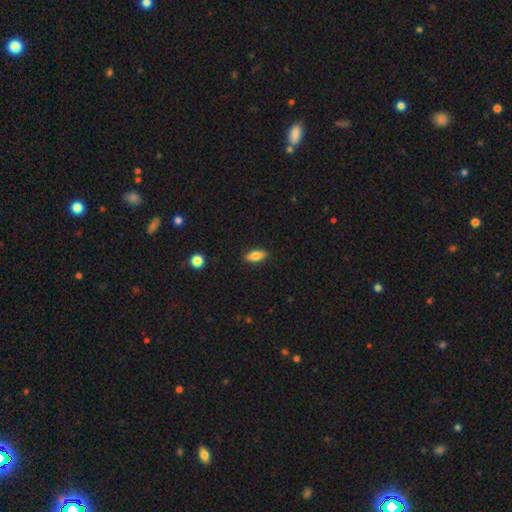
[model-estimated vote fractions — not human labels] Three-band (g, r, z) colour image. It shows a smooth galaxy with no disk features (77%) that is in between round and cigar-shaped (78%). Merging: none (88%).